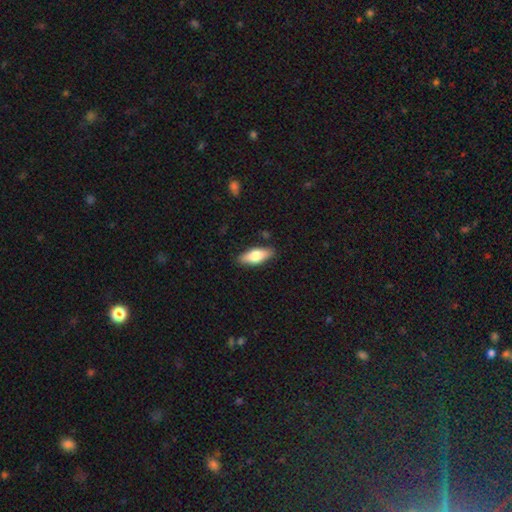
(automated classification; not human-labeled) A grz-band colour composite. It shows a smooth galaxy with no disk features (68%) that is in between round and cigar-shaped (71%). Merging: none (86%).